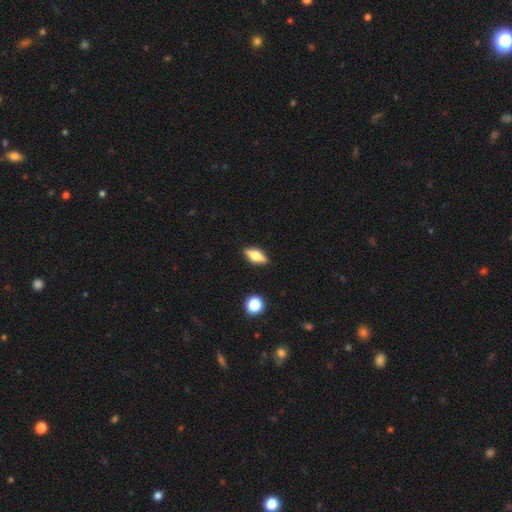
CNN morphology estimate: A smooth galaxy with no disk features (52%) that is in between round and cigar-shaped (69%).

Vote fractions:
- Smooth or featured? smooth: 52% / featured or disk: 40% / star or artifact: 8%
- How rounded? in between: 69% / cigar-shaped: 26% / round: 5%
- Merging? none: 87% / minor disturbance: 9% / major disturbance: 2% / merger: 2%